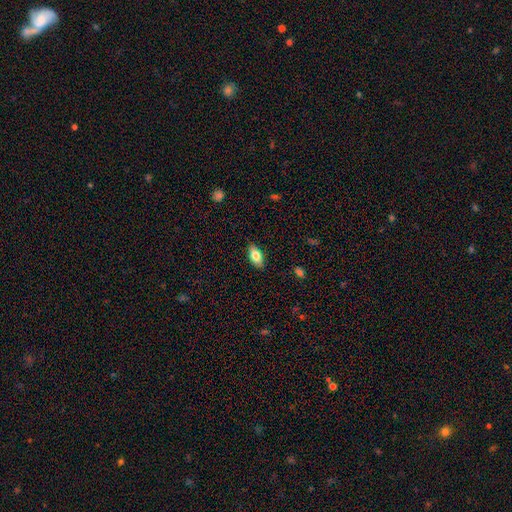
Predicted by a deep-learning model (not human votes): A smooth galaxy with no disk features (76%) that is in between round and cigar-shaped (87%).

Vote fractions:
- Smooth or featured? smooth: 76% / featured or disk: 17% / star or artifact: 7%
- How rounded? in between: 87% / cigar-shaped: 10% / round: 3%
- Merging? none: 86% / minor disturbance: 11% / major disturbance: 2% / merger: 1%